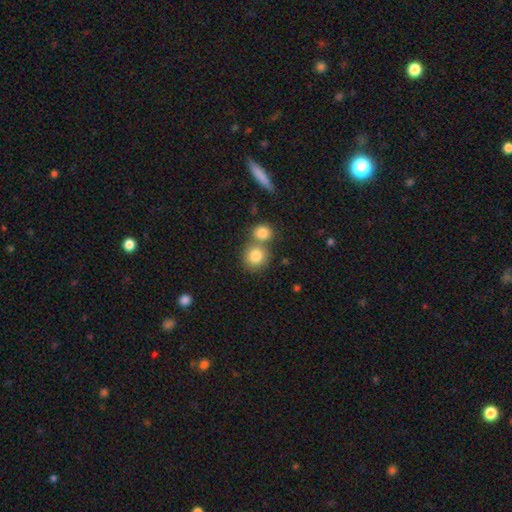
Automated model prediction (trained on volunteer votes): Smooth or featured? smooth (83%)
How rounded? round (86%)
Merging? none (51%)